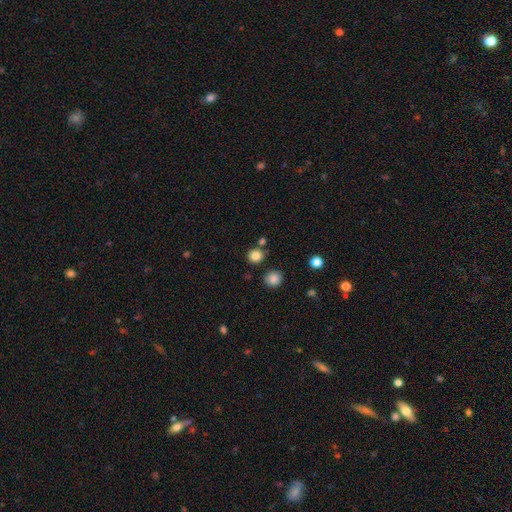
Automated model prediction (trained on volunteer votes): Smooth or featured? Predicted: smooth (p=0.83). How rounded? Predicted: round (p=0.86). Merging? Predicted: none (p=0.79).